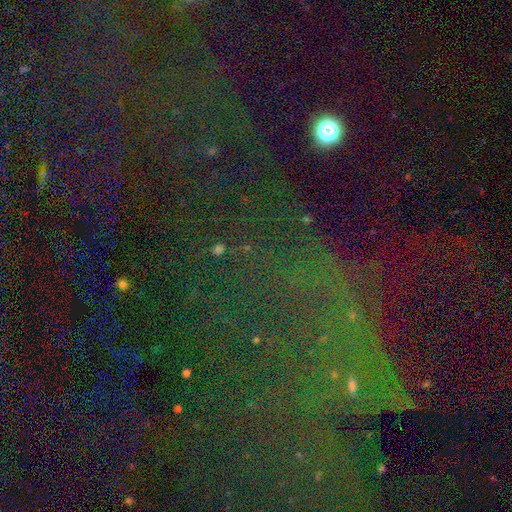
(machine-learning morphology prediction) Q: Smooth or featured?
A: star or artifact (78%); runner-up: smooth (13%)